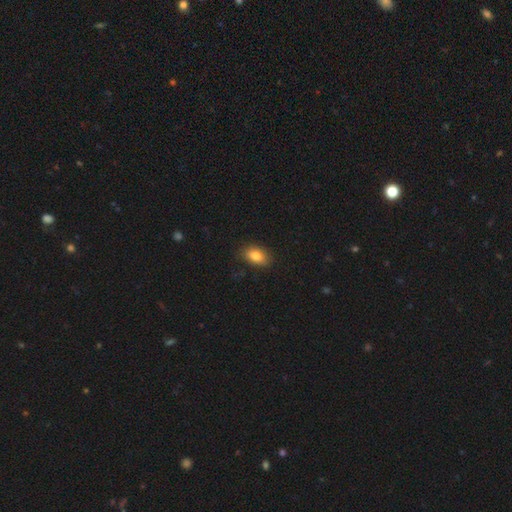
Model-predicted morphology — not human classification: type=smooth (83%); roundness=in between (87%); merging=none (82%).